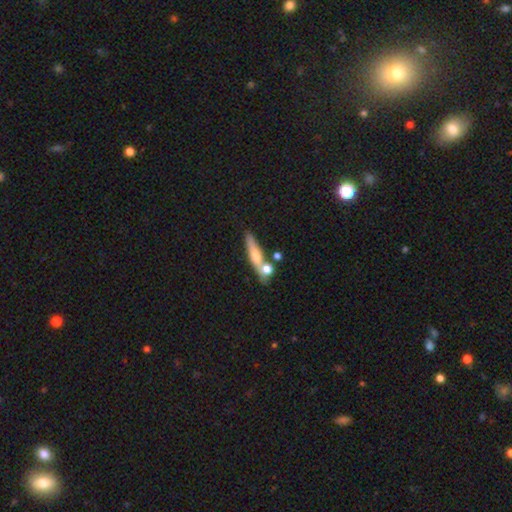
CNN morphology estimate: smooth 51%, featured or disk 41%, star or artifact 8%. Down the decision tree: how rounded — cigar-shaped (74%); merging — none (60%).